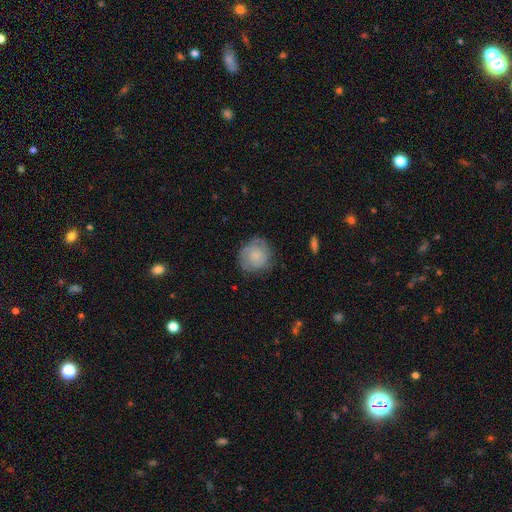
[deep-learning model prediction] smooth-or-featured: smooth: 59% | featured or disk: 33% | star or artifact: 7%
  how-rounded: round: 89% | in between: 10% | cigar-shaped: 1%
  merging: none: 75% | minor disturbance: 18% | major disturbance: 6% | merger: 1%